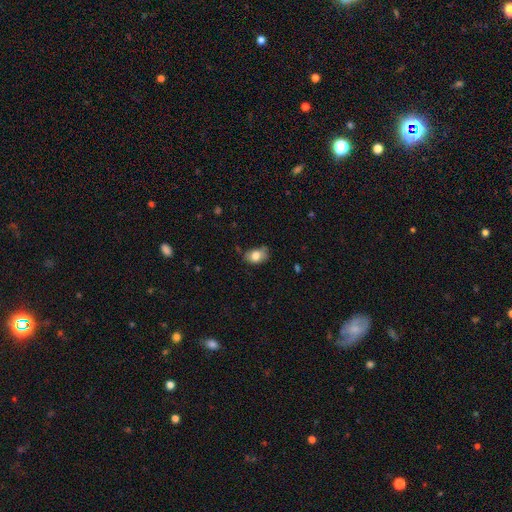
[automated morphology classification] Smooth or featured: smooth — 77% (featured or disk — 15%)
How rounded: in between — 82% (round — 16%)
Merging: none — 63% (minor disturbance — 29%)